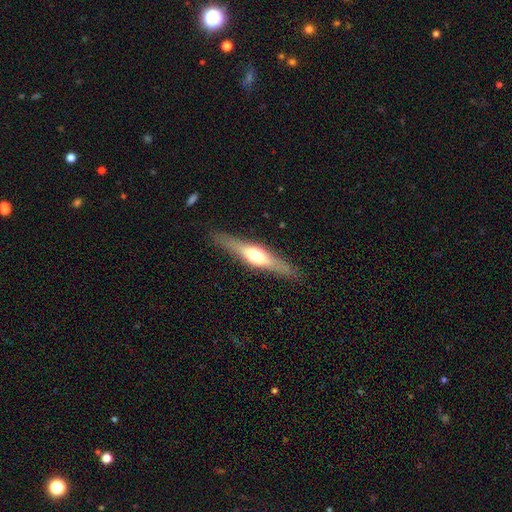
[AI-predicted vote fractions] Smooth or featured? Predicted: featured or disk (p=0.64). Edge-on disk? Predicted: yes (p=0.94). Edge-on bulge? Predicted: rounded (p=0.89). Merging? Predicted: none (p=0.88).